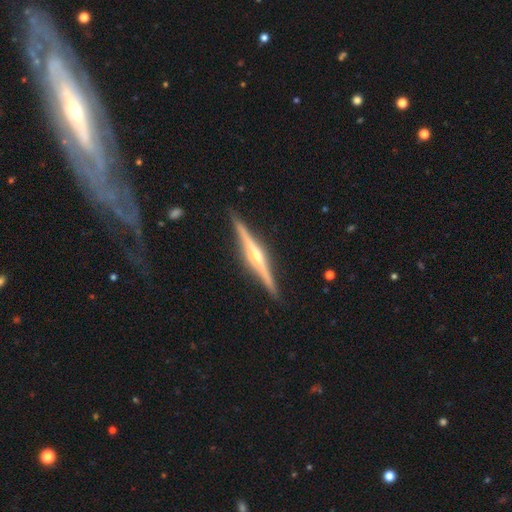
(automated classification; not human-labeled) smooth_or_featured: featured or disk (p=0.85) [alt: smooth p=0.10]
disk_edge_on: yes (p=0.98) [alt: no p=0.02]
edge_on_bulge: rounded (p=0.89) [alt: none p=0.05]
merging: none (p=0.91) [alt: minor disturbance p=0.07]